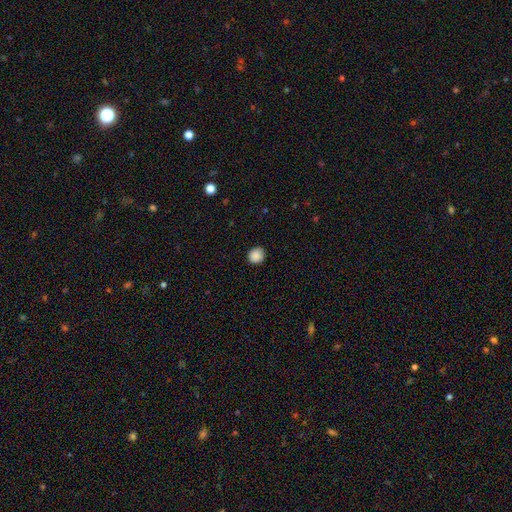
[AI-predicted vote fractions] smooth_or_featured: smooth (p=0.88) [alt: star or artifact p=0.09]
how_rounded: round (p=0.87) [alt: in between p=0.12]
merging: none (p=0.89) [alt: minor disturbance p=0.08]